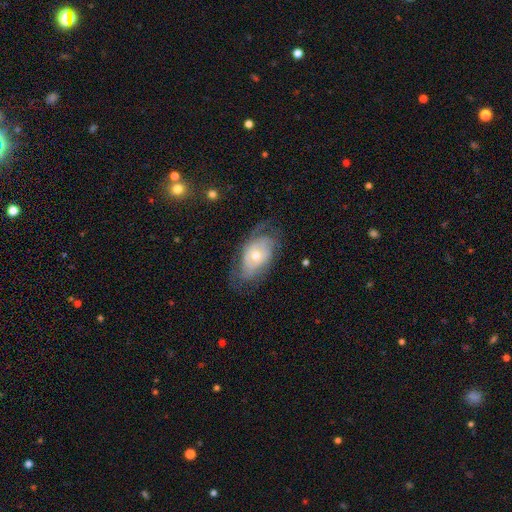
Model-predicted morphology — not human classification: This is likely a featured or disk galaxy (66%). It is clearly not viewed edge-on (92%). Bar: likely no (78%). Spiral arm pattern: likely yes (74%). Central bulge: possibly moderate (48%, tied with small). Merging: possibly none (60%).